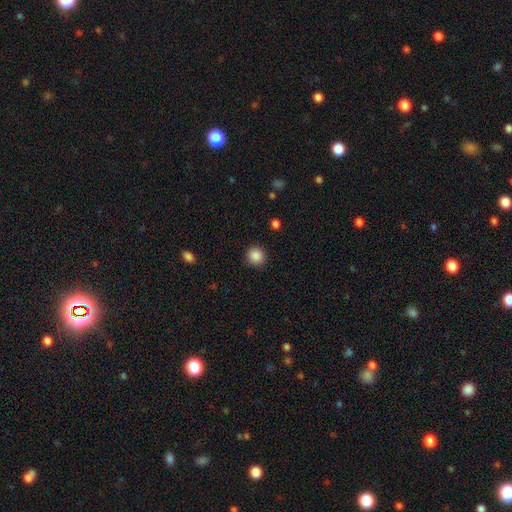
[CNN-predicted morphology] A smooth galaxy with no disk features (88%) that is round (94%). Merging: none (91%).